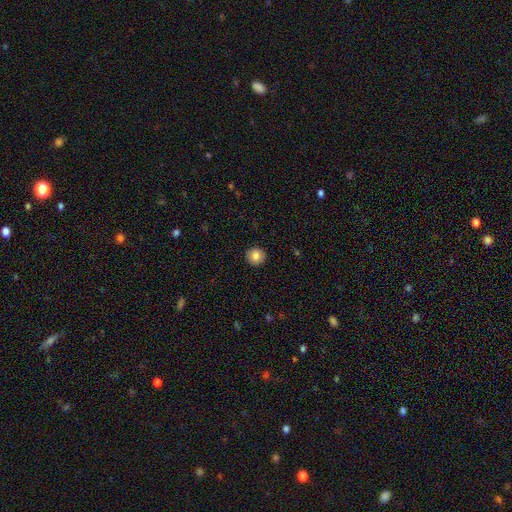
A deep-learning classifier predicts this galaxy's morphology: type=smooth (84%); roundness=round (93%); merging=none (92%).